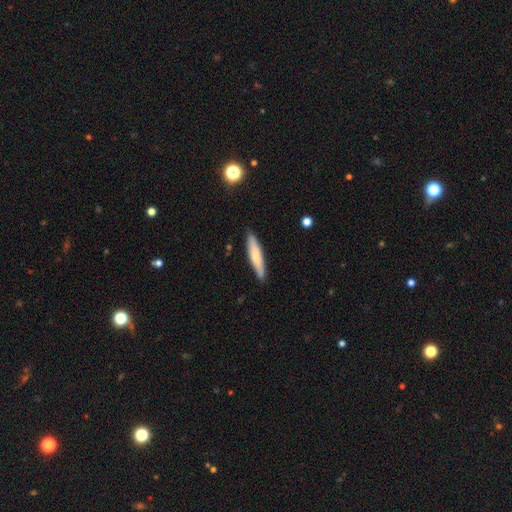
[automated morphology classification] smooth_or_featured: smooth (p=0.67) [alt: featured or disk p=0.27]
how_rounded: cigar-shaped (p=0.88) [alt: in between p=0.11]
merging: none (p=0.86) [alt: minor disturbance p=0.11]